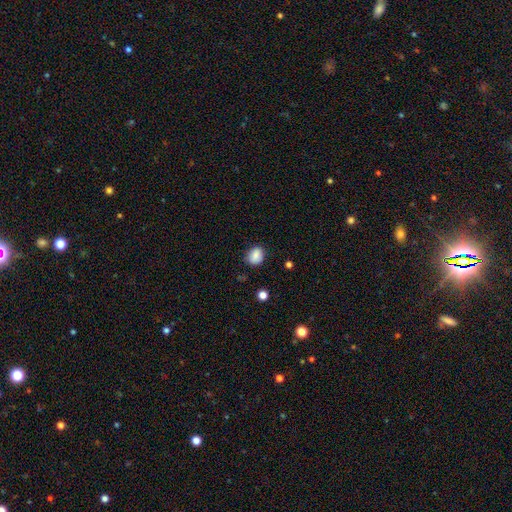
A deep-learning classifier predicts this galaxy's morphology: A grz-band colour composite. It shows a smooth galaxy with no disk features (83%) that is round (56%). Merging: none (76%).